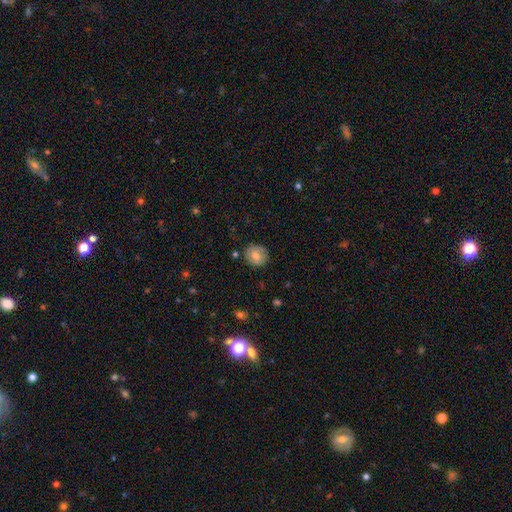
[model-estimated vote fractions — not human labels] A smooth galaxy with no disk features (66%) that is round (82%).

Vote fractions:
- Smooth or featured? smooth: 66% / featured or disk: 26% / star or artifact: 8%
- How rounded? round: 82% / in between: 17% / cigar-shaped: 1%
- Merging? none: 81% / minor disturbance: 14% / major disturbance: 3% / merger: 2%